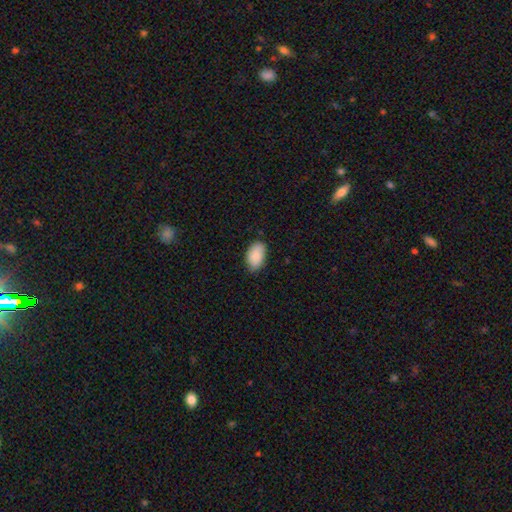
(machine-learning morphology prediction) Smooth or featured?
  - smooth: 86% *
  - featured or disk: 7%
  - star or artifact: 6%
How rounded?
  - in between: 92% *
  - round: 6%
  - cigar-shaped: 1%
Merging?
  - none: 77% *
  - minor disturbance: 19%
  - major disturbance: 3%
  - merger: 1%